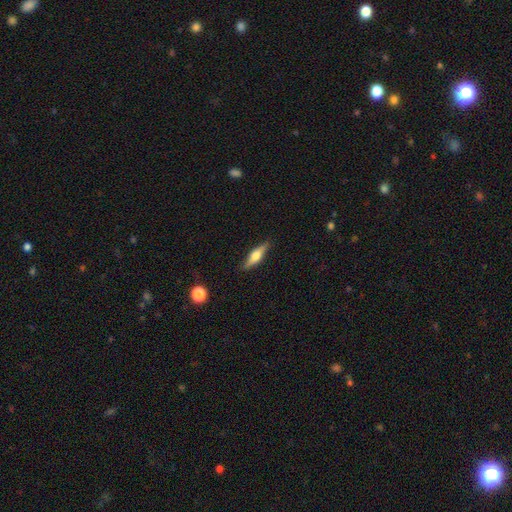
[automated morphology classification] This appears to be a featured or disk galaxy (57%) viewed edge-on (95%) with a rounded central bulge (90%). Merging: none (86%).